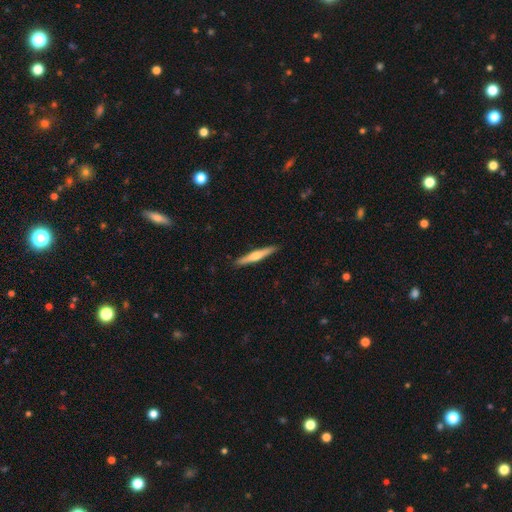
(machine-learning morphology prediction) type=featured or disk (50%); edge-on=yes (97%); merging=none (91%).